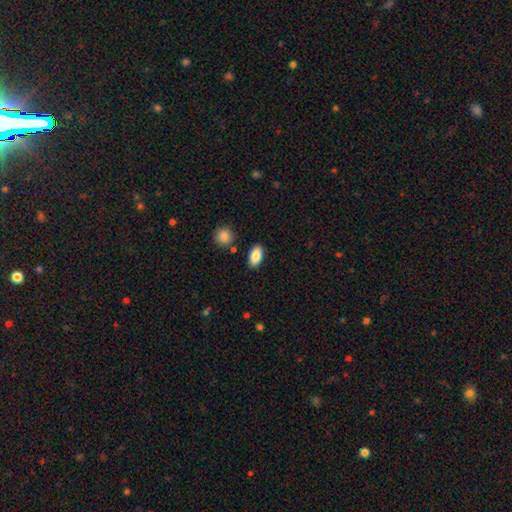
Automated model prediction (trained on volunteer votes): smooth_or_featured: smooth (p=0.87) [alt: star or artifact p=0.07]
how_rounded: in between (p=0.91) [alt: round p=0.05]
merging: none (p=0.86) [alt: minor disturbance p=0.09]